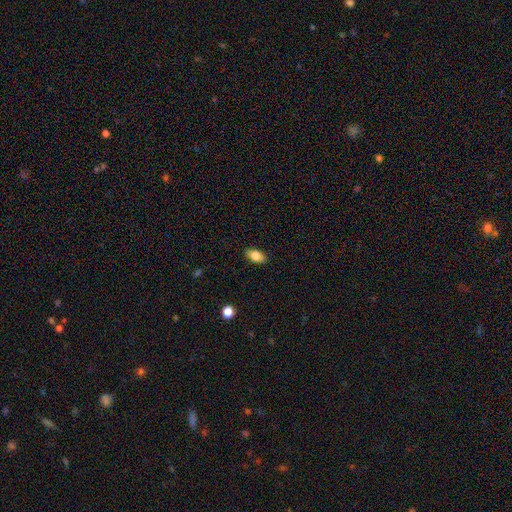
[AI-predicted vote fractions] A smooth galaxy with no disk features (81%) that is in between round and cigar-shaped (90%). Merging: none (88%).